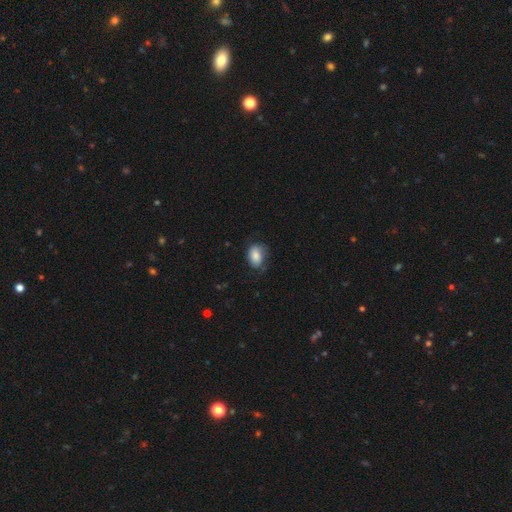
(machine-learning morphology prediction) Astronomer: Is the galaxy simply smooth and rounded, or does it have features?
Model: smooth — 80%.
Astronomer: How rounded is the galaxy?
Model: in between — 78%.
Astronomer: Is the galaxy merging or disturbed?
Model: none — 58%.